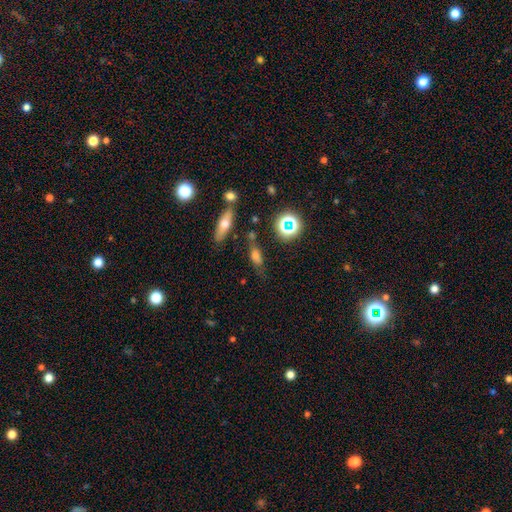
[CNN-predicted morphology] This appears to be a smooth galaxy with no disk features (63%) that is in between round and cigar-shaped (57%). Merging: none (64%).